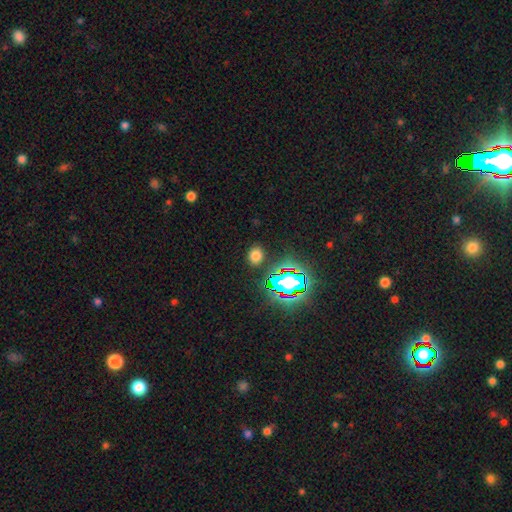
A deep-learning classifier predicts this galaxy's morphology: A smooth galaxy with no disk features (68%) that is in between round and cigar-shaped (52%). Merging: none (86%).